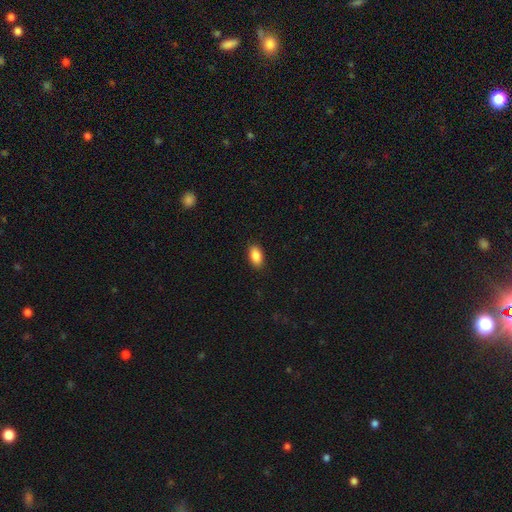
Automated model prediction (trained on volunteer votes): A smooth galaxy with no disk features (88%) that is in between round and cigar-shaped (92%).

Vote fractions:
- Smooth or featured? smooth: 88% / star or artifact: 7% / featured or disk: 5%
- How rounded? in between: 92% / round: 5% / cigar-shaped: 3%
- Merging? none: 89% / minor disturbance: 8% / major disturbance: 2% / merger: 1%